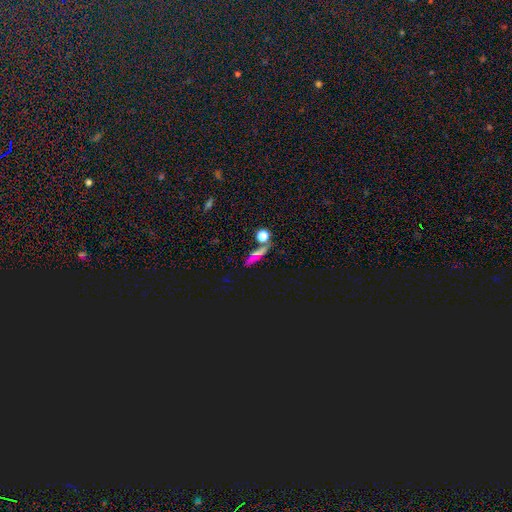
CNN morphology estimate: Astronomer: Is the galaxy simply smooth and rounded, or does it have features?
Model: smooth — 48% (runner-up: star or artifact, 30%).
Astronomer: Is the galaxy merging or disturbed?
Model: none — 69%.